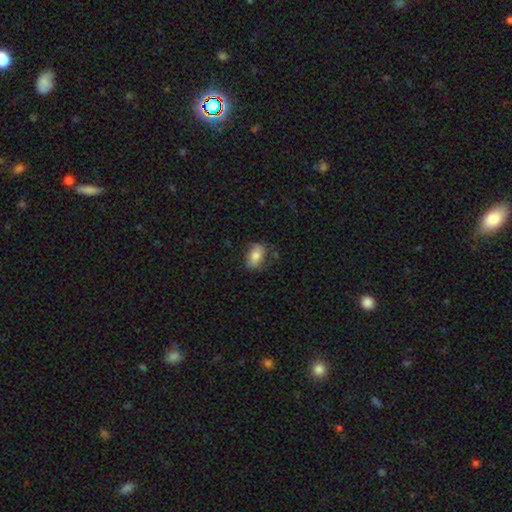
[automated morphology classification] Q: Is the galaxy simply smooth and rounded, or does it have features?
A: smooth — 76%.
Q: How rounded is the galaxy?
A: in between — 86%.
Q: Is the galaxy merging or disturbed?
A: none — 69%.